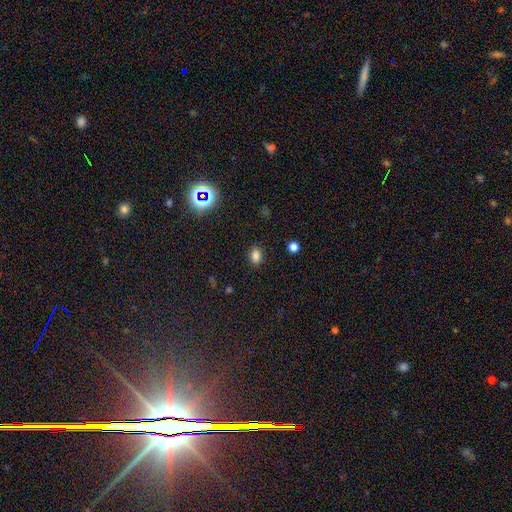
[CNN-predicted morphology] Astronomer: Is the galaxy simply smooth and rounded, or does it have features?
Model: smooth — 82%.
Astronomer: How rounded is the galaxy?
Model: in between — 69%.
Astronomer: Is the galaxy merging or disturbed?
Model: none — 87%.